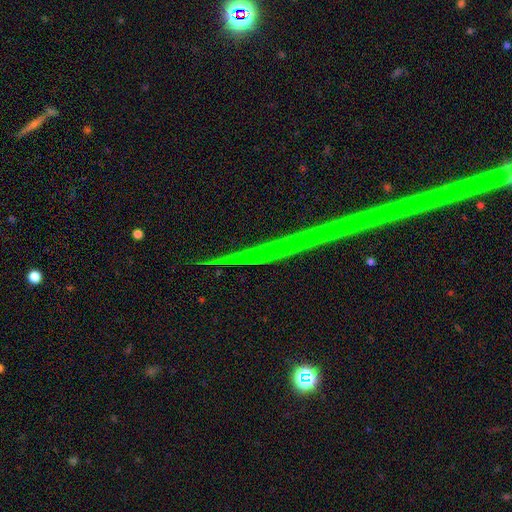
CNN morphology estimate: Overall: star or artifact (77%).